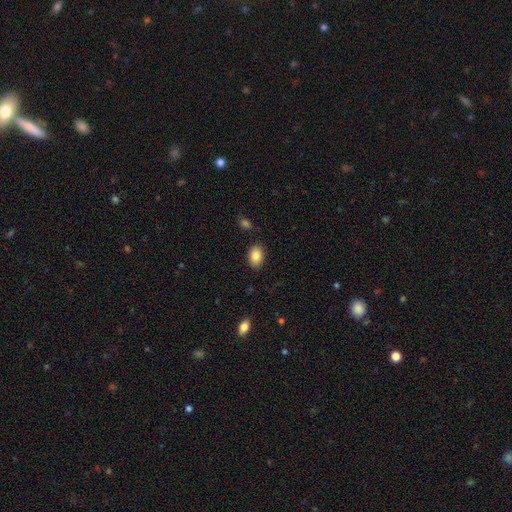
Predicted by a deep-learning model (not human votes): smooth 86%, star or artifact 8%, featured or disk 6%. Down the decision tree: how rounded — in between (81%); merging — none (86%).